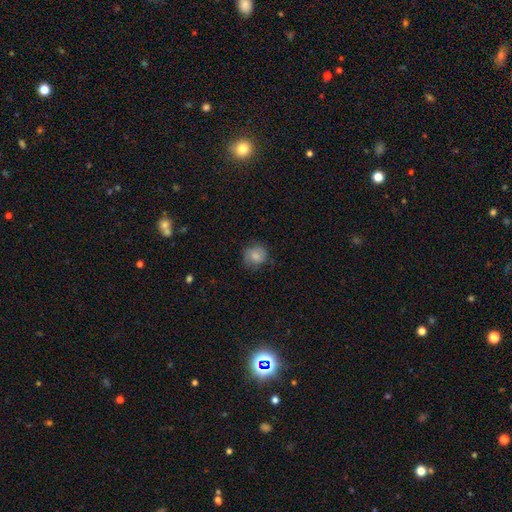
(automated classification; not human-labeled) This appears to be a smooth galaxy with no disk features (78%) that is round (81%). Merging: none (74%).